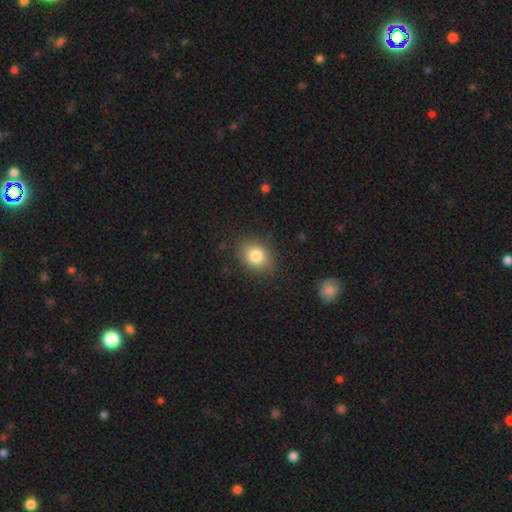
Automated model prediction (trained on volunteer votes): smooth-or-featured: smooth: 81% | star or artifact: 10% | featured or disk: 9%
  how-rounded: in between: 56% | round: 43% | cigar-shaped: 1%
  merging: none: 84% | minor disturbance: 11% | major disturbance: 3% | merger: 1%